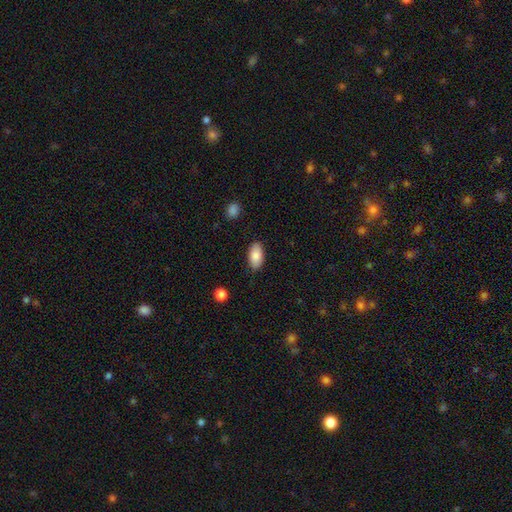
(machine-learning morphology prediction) This appears to be a smooth galaxy with no disk features (86%) that is in between round and cigar-shaped (93%). Merging: none (85%).